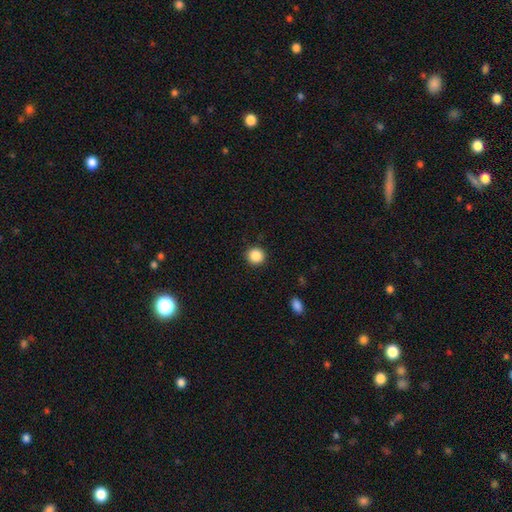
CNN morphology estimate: This is clearly a smooth galaxy (87%). How rounded: clearly round (93%). Merging: clearly none (92%).